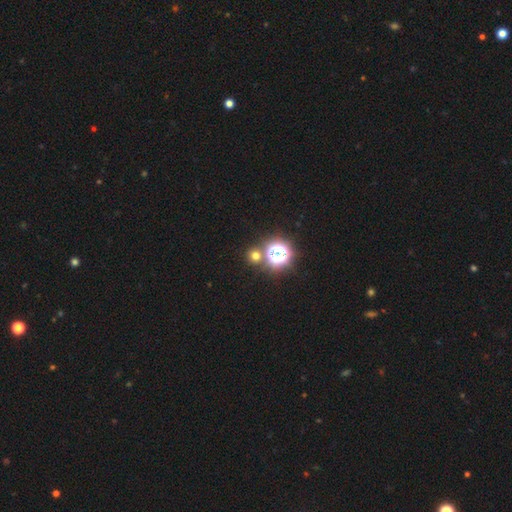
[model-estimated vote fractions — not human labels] smooth 58%, star or artifact 36%, featured or disk 7%. Down the decision tree: how rounded — round (90%); merging — none (76%).